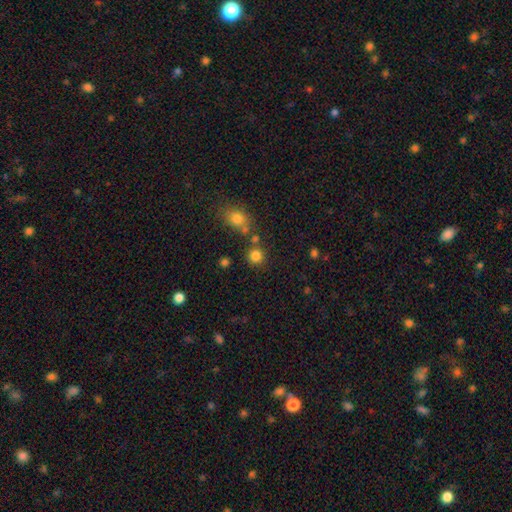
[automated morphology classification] The model was most divided on "merging": none: 77%, merger: 11%, minor disturbance: 8%, major disturbance: 4%. More confident: how rounded — round (90%); smooth or featured — smooth (82%).